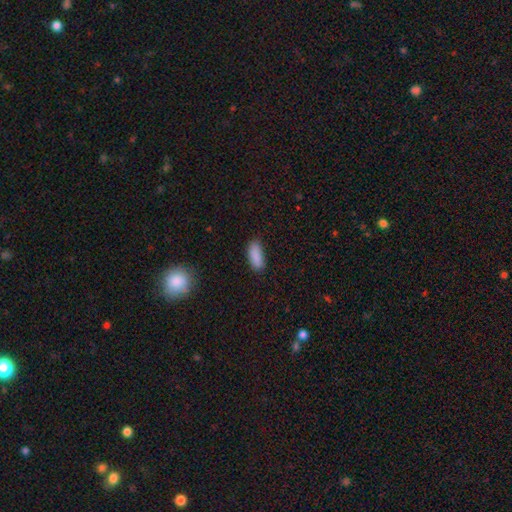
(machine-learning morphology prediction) This appears to be a smooth galaxy with no disk features (88%) that is in between round and cigar-shaped (78%). Merging: none (82%).